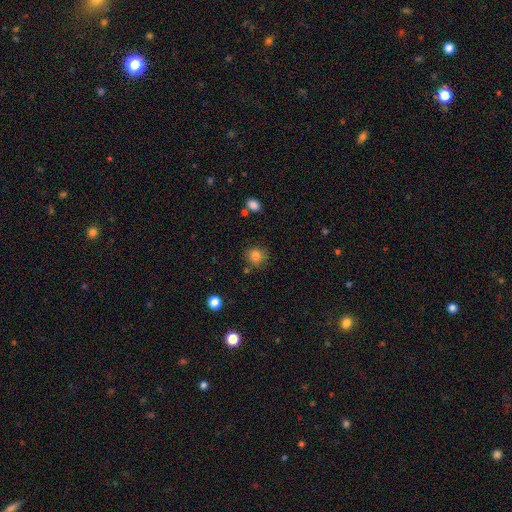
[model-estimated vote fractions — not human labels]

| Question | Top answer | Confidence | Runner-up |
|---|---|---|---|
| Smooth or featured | smooth | 82% | star or artifact (12%) |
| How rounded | round | 86% | in between (13%) |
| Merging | none | 81% | minor disturbance (12%) |